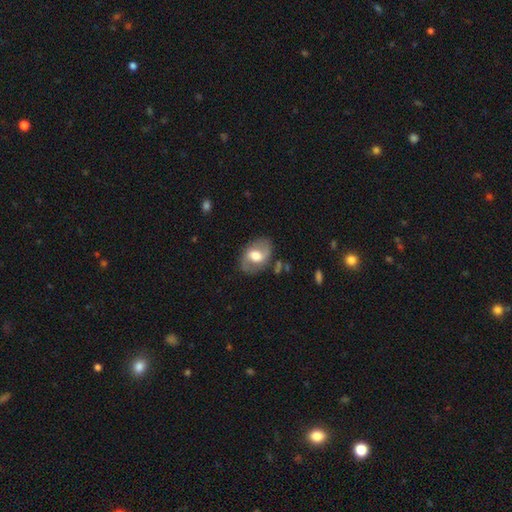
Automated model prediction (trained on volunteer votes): smooth_or_featured: featured or disk (p=0.66) [alt: smooth p=0.28]
disk_edge_on: no (p=0.96) [alt: yes p=0.04]
bar: weak (p=0.44) [alt: no p=0.35]
has_spiral_arms: yes (p=0.77) [alt: no p=0.23]
bulge_size: moderate (p=0.58) [alt: large p=0.30]
merging: none (p=0.78) [alt: minor disturbance p=0.15]